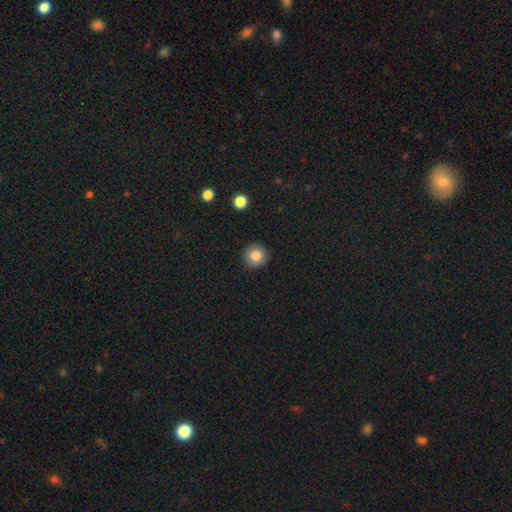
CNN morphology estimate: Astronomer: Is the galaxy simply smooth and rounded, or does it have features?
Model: smooth — 84%.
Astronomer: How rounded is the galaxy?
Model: round — 93%.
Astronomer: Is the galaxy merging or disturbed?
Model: none — 90%.